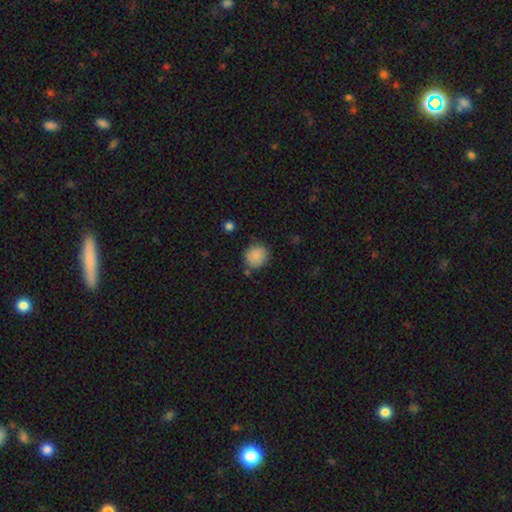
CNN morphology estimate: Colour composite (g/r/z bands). It shows a smooth galaxy with no disk features (87%) that is round (87%). Merging: none (80%).